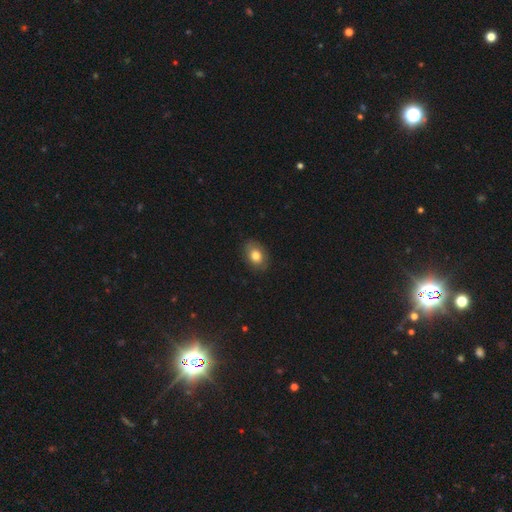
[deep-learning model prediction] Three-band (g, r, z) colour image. It shows a smooth galaxy with no disk features (77%) that is in between round and cigar-shaped (75%). Merging: none (83%).